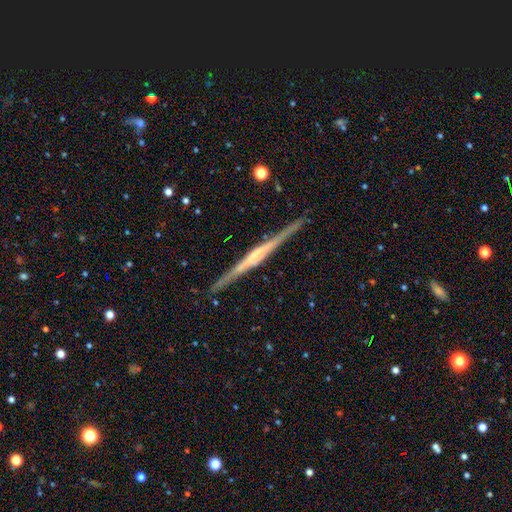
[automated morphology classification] This is clearly a featured or disk galaxy (83%). It is clearly viewed edge-on (98%). Edge-on bulge: marginally rounded (39%). Merging: clearly none (90%).